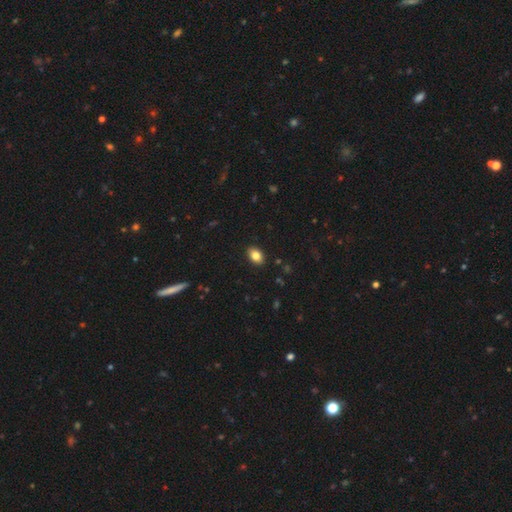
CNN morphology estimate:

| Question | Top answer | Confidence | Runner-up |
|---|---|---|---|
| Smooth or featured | smooth | 84% | star or artifact (9%) |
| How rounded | in between | 82% | round (16%) |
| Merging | none | 89% | minor disturbance (8%) |